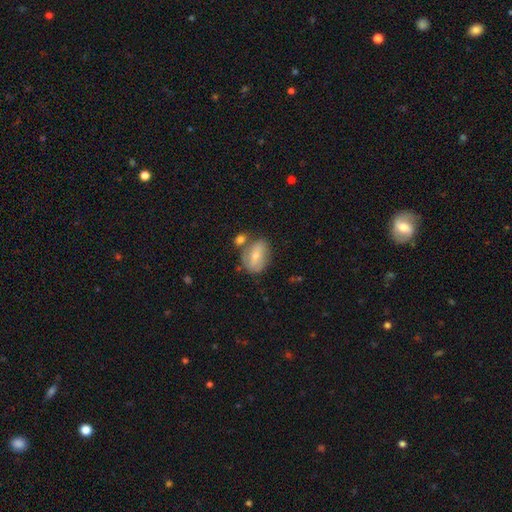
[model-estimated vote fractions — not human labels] This is possibly a smooth galaxy (56%). How rounded: likely in between (73%). Merging: possibly none (52%).